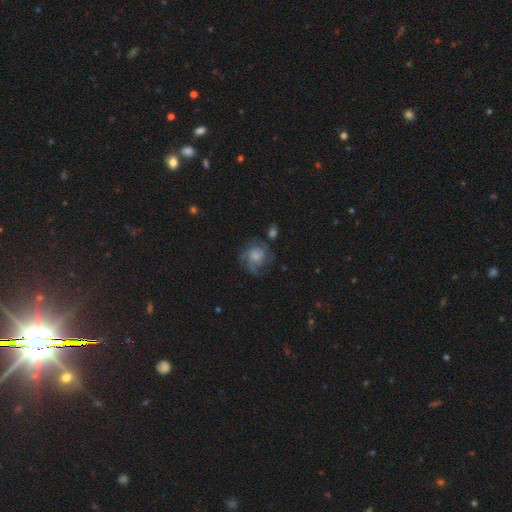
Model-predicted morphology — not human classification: type=featured or disk (61%); edge-on=no (98%); bar=no (77%); spiral arms=yes (85%); winding=medium (43%); arm count=can't tell (31%); bulge=small (43%); merging=none (56%).